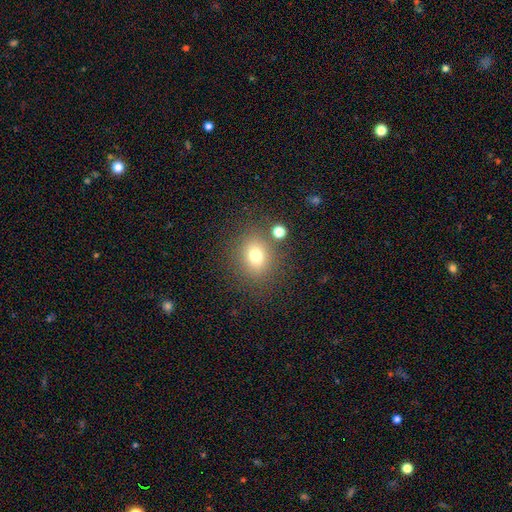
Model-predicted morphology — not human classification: This is likely a smooth galaxy (75%). How rounded: likely round (62%). Merging: likely none (77%).